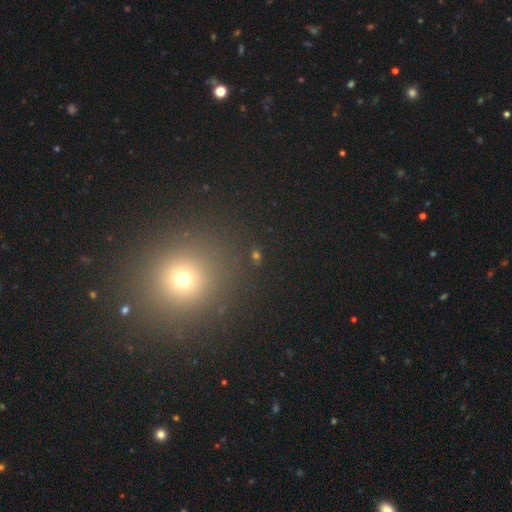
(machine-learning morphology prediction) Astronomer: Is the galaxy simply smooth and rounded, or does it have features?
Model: smooth — 52% (runner-up: star or artifact, 39%).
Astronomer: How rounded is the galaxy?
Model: round — 81%.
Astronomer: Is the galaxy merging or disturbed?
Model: none — 84%.